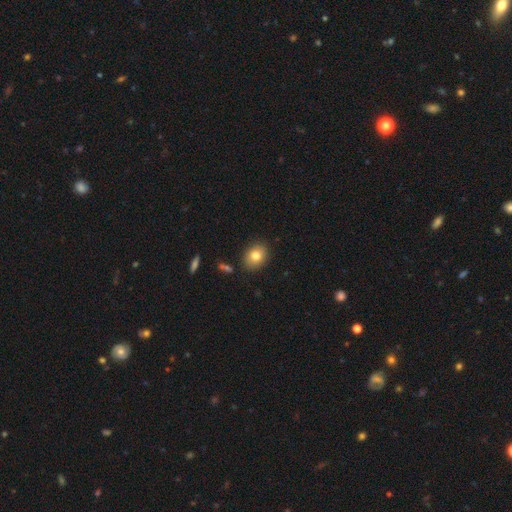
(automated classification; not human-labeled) smooth-or-featured: smooth: 80% | featured or disk: 10% | star or artifact: 10%
  how-rounded: in between: 54% | round: 45% | cigar-shaped: 1%
  merging: none: 86% | minor disturbance: 10% | major disturbance: 2% | merger: 2%